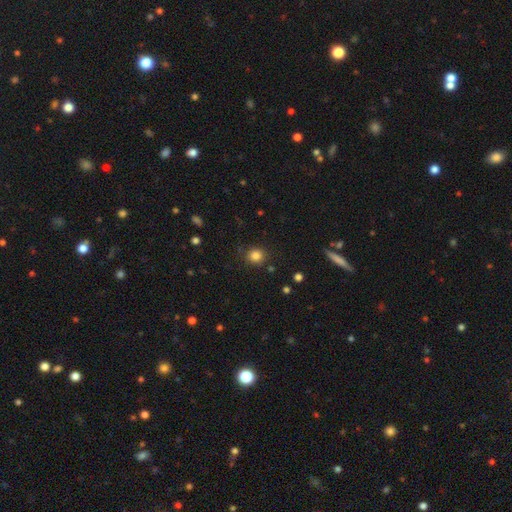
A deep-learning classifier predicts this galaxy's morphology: This appears to be a smooth galaxy with no disk features (82%) that is round (87%). Merging: none (86%).